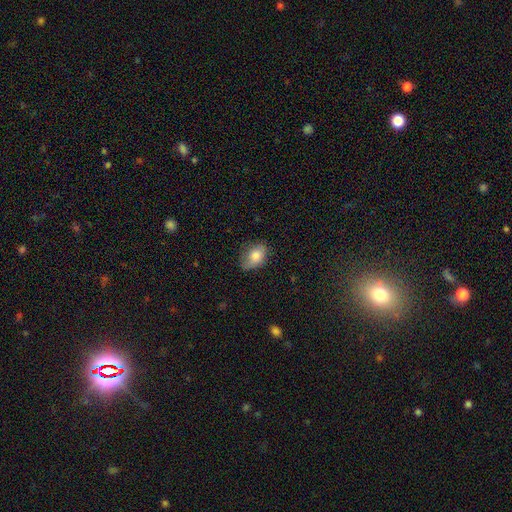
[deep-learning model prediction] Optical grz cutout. It shows a smooth galaxy with no disk features (77%) that is in between round and cigar-shaped (83%). Merging: none (62%).